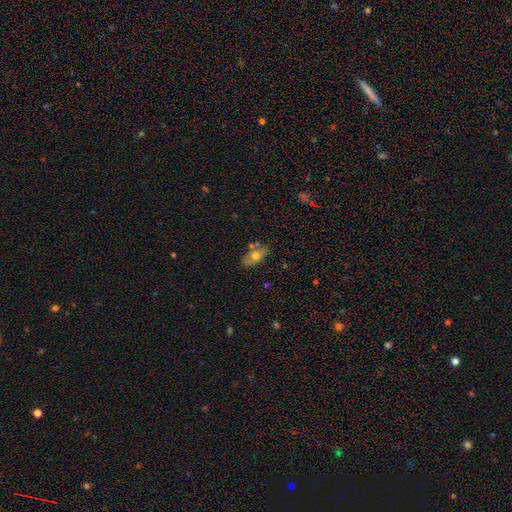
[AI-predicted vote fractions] Smooth or featured? Predicted: smooth (p=0.58). How rounded? Predicted: in between (p=0.87). Merging? Predicted: none (p=0.69).